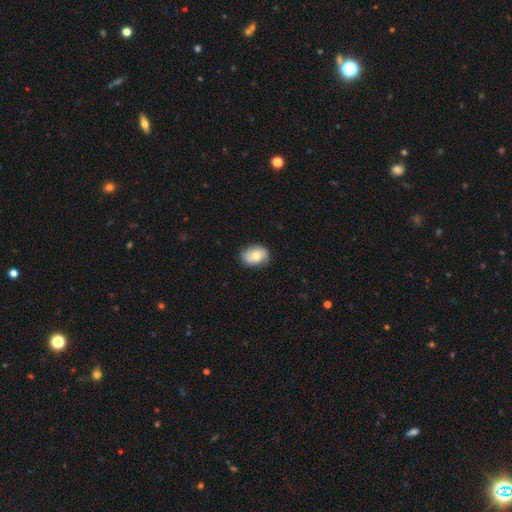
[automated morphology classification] Smooth or featured? smooth (59%)
How rounded? in between (68%)
Merging? none (79%)